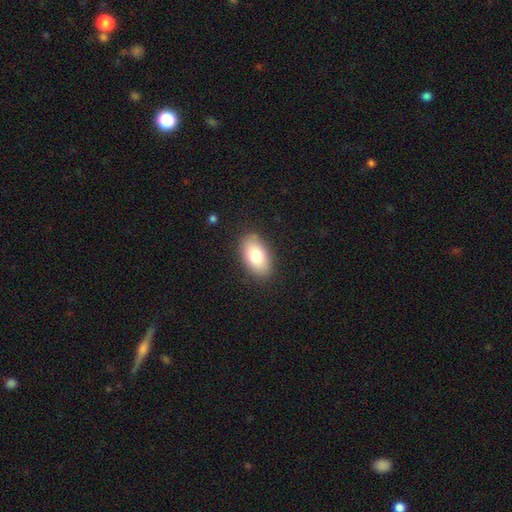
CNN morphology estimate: smooth_or_featured: smooth (p=0.78) [alt: featured or disk p=0.15]
how_rounded: in between (p=0.93) [alt: round p=0.05]
merging: none (p=0.86) [alt: minor disturbance p=0.10]